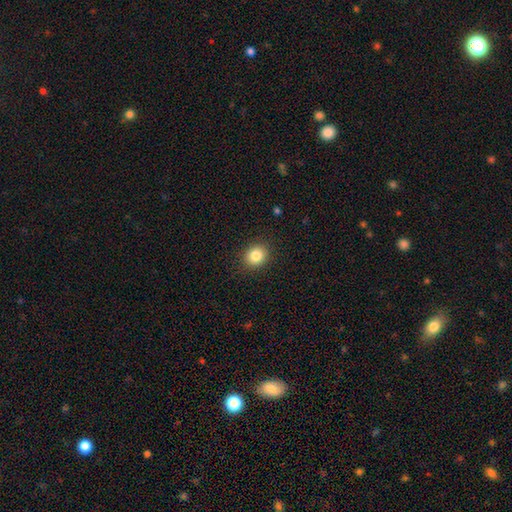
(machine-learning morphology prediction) This is clearly a smooth galaxy (84%). How rounded: likely round (74%). Merging: clearly none (90%).